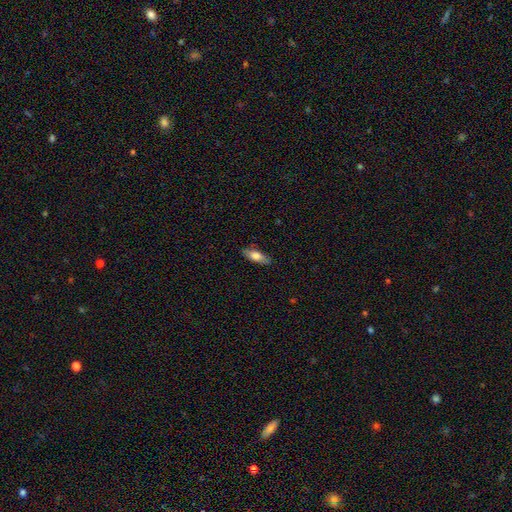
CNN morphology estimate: Smooth or featured: smooth — 71% (featured or disk — 23%)
How rounded: in between — 64% (cigar-shaped — 34%)
Merging: none — 85% (minor disturbance — 12%)